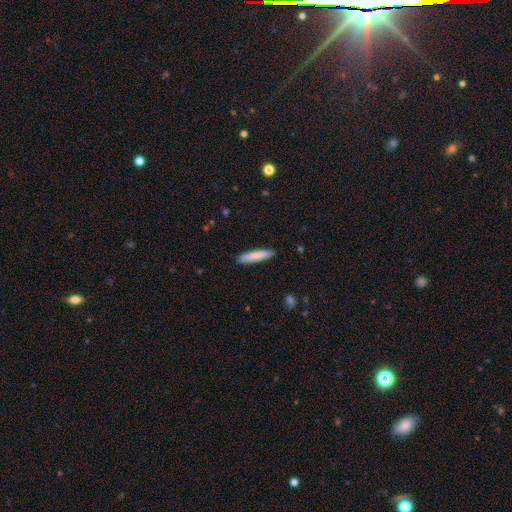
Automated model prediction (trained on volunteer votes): smooth_or_featured: smooth (p=0.83) [alt: featured or disk p=0.11]
how_rounded: cigar-shaped (p=0.87) [alt: in between p=0.12]
merging: none (p=0.89) [alt: minor disturbance p=0.09]